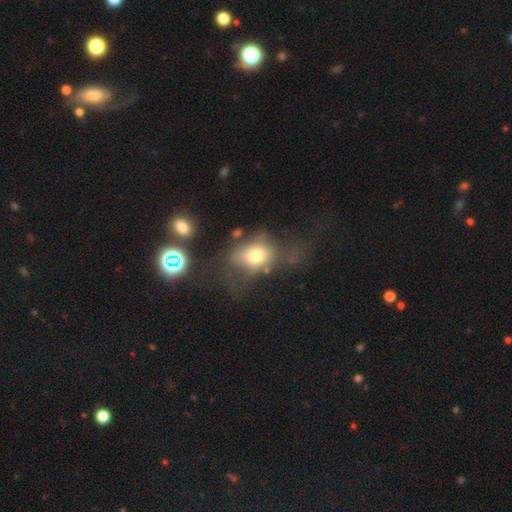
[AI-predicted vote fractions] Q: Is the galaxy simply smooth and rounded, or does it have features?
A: smooth — 65%.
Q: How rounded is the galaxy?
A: in between — 63%.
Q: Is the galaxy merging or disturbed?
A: major disturbance — 38%.